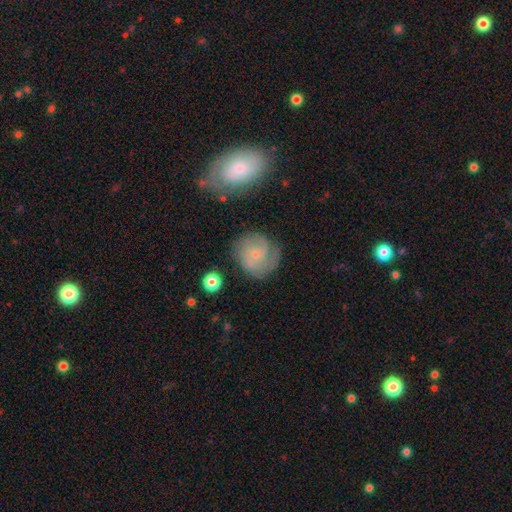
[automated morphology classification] smooth-or-featured: featured or disk: 67% | smooth: 26% | star or artifact: 8%
  disk-edge-on: no: 98% | yes: 2%
    bar: no: 71% | weak: 26% | strong: 4%
    has-spiral-arms: yes: 92% | no: 8%
      spiral-winding: tight: 55% | medium: 34% | loose: 11%
      spiral-arm-count: 2: 36% | can't tell: 28% | 3: 20% | 1: 6% | 4: 6% | more than 4: 4%
    bulge-size: small: 77% | moderate: 11% | none: 10% | large: 1% | dominant: 1%
  merging: none: 72% | minor disturbance: 17% | major disturbance: 8% | merger: 3%